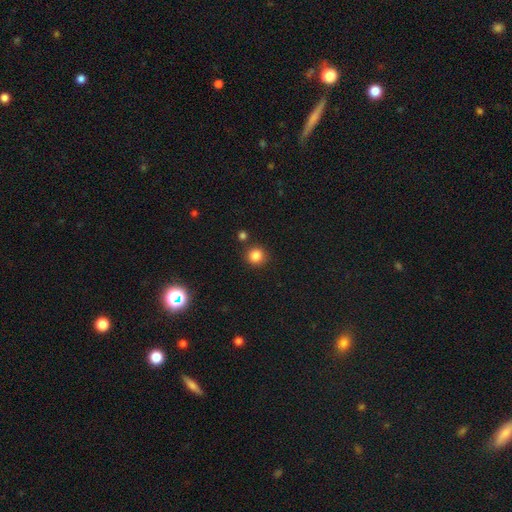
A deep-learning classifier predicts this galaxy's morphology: Q: Smooth or featured?
A: smooth (84%); runner-up: star or artifact (12%)
Q: How rounded?
A: round (91%); runner-up: in between (8%)
Q: Merging?
A: none (85%); runner-up: minor disturbance (8%)